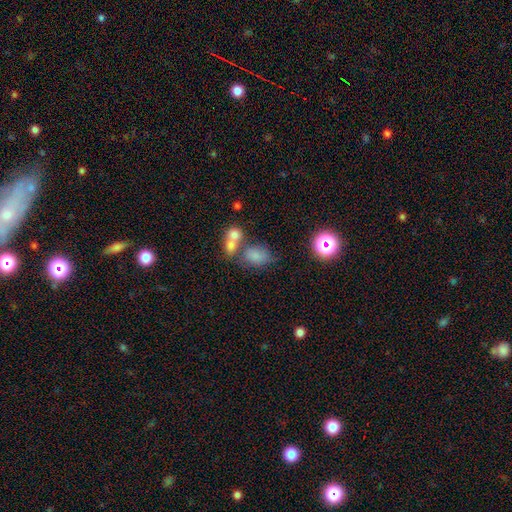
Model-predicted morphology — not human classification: Smooth or featured?
  - smooth: 73% *
  - star or artifact: 15%
  - featured or disk: 12%
How rounded?
  - in between: 70% *
  - round: 28%
  - cigar-shaped: 2%
Merging?
  - merger: 41% *
  - none: 37%
  - minor disturbance: 14%
  - major disturbance: 8%